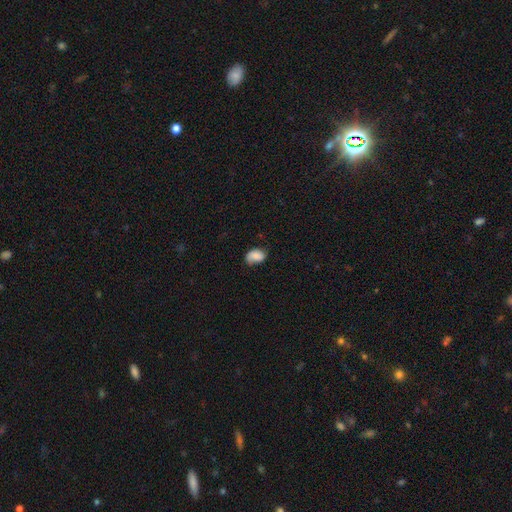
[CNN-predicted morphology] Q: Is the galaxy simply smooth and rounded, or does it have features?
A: smooth — 75%.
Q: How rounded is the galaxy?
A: in between — 81%.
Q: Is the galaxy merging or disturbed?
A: none — 54%.